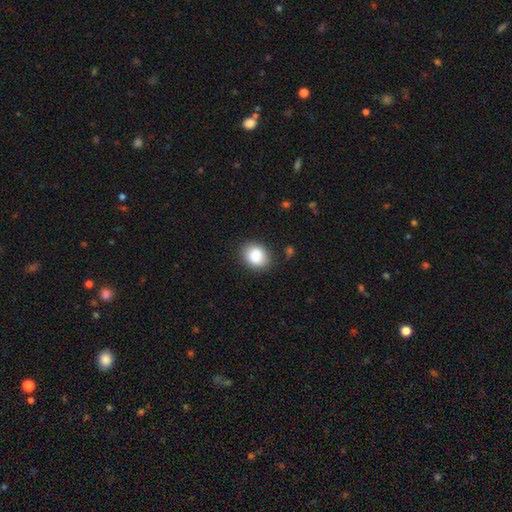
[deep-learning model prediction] smooth_or_featured: smooth (p=0.87) [alt: star or artifact p=0.08]
how_rounded: round (p=0.50) [alt: in between p=0.49]
merging: none (p=0.82) [alt: minor disturbance p=0.13]